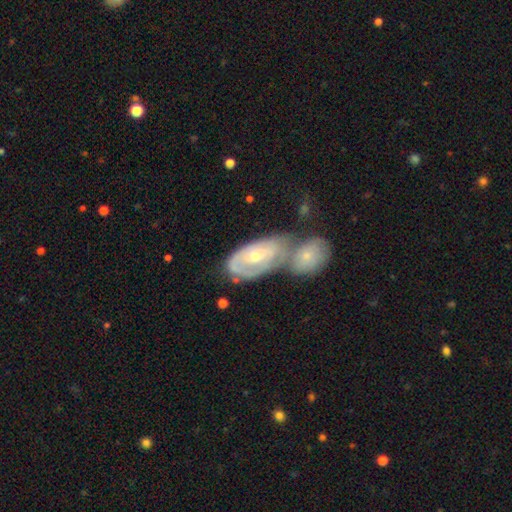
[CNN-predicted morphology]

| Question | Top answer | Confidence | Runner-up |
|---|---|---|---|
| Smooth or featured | featured or disk | 64% | smooth (30%) |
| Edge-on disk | no | 92% | yes (8%) |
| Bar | no | 75% | weak (20%) |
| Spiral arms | yes | 64% | no (36%) |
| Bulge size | small | 51% | moderate (45%) |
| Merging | merger | 58% | none (22%) |